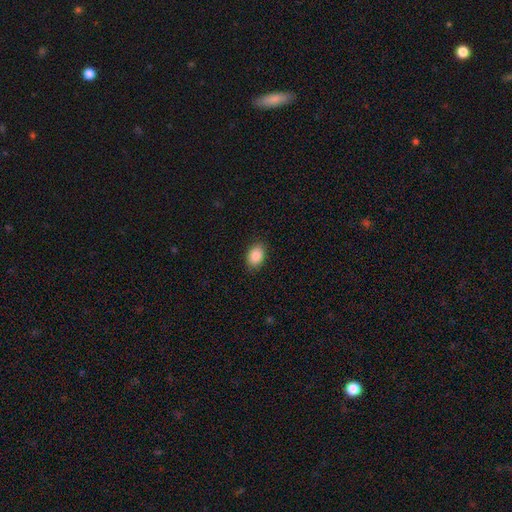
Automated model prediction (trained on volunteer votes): A smooth galaxy with no disk features (89%) that is in between round and cigar-shaped (81%). Merging: none (86%).